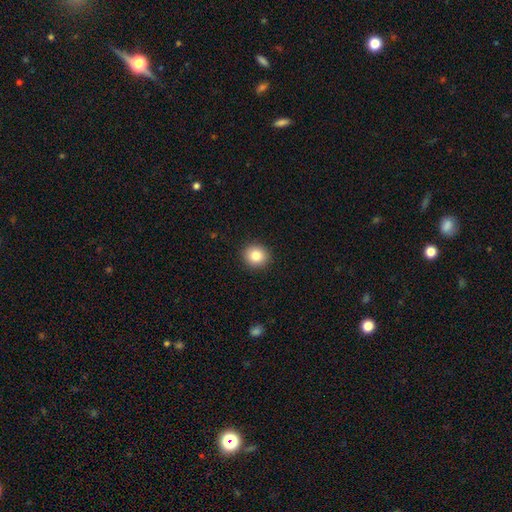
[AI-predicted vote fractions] smooth-or-featured: smooth: 84% | star or artifact: 10% | featured or disk: 6%
  how-rounded: round: 87% | in between: 12% | cigar-shaped: 1%
  merging: none: 92% | minor disturbance: 5% | major disturbance: 2% | merger: 1%